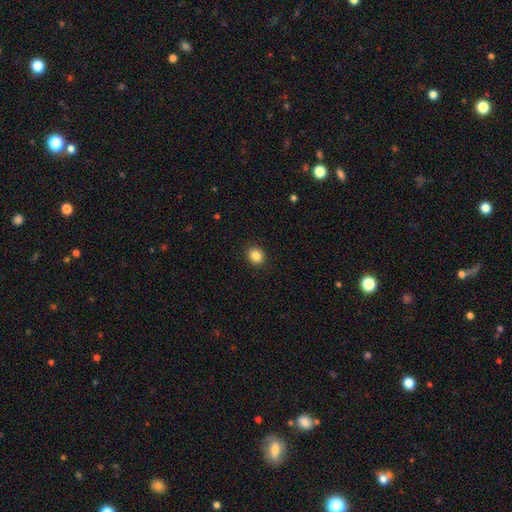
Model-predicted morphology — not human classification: smooth_or_featured: smooth (p=0.86) [alt: star or artifact p=0.10]
how_rounded: round (p=0.77) [alt: in between p=0.22]
merging: none (p=0.92) [alt: minor disturbance p=0.06]